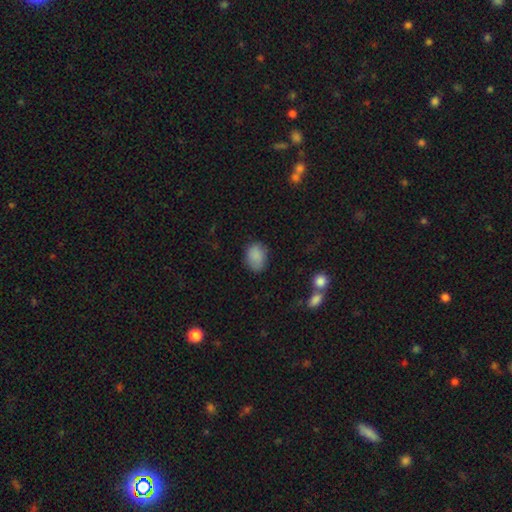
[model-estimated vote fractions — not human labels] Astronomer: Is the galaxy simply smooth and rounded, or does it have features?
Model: smooth — 87%.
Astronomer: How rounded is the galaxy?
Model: in between — 69%.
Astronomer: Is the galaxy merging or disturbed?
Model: none — 79%.